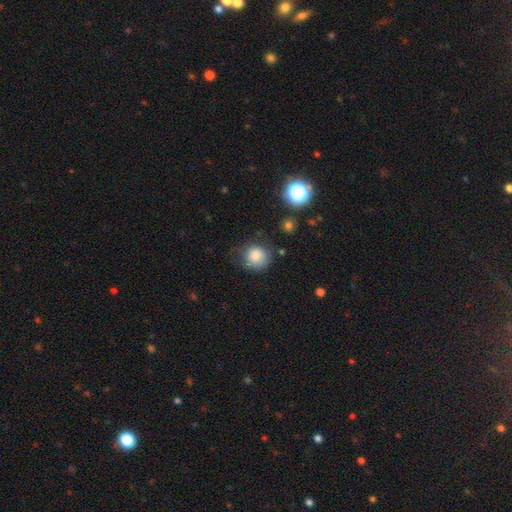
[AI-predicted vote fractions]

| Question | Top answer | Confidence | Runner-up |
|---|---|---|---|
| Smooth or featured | smooth | 81% | featured or disk (10%) |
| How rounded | round | 86% | in between (13%) |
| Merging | none | 63% | minor disturbance (24%) |